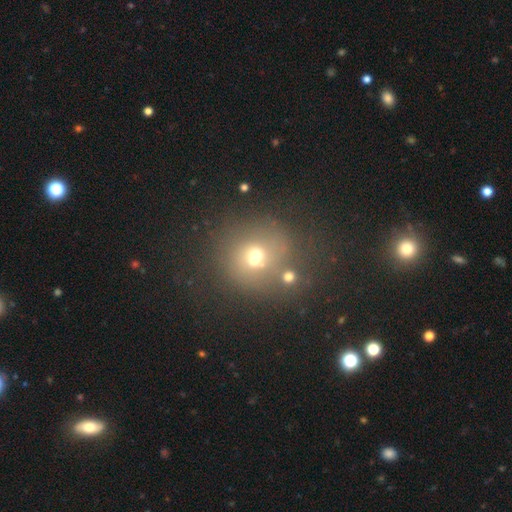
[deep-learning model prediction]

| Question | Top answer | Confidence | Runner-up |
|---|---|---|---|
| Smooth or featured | smooth | 58% | star or artifact (22%) |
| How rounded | round | 82% | in between (17%) |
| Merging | none | 48% | merger (34%) |